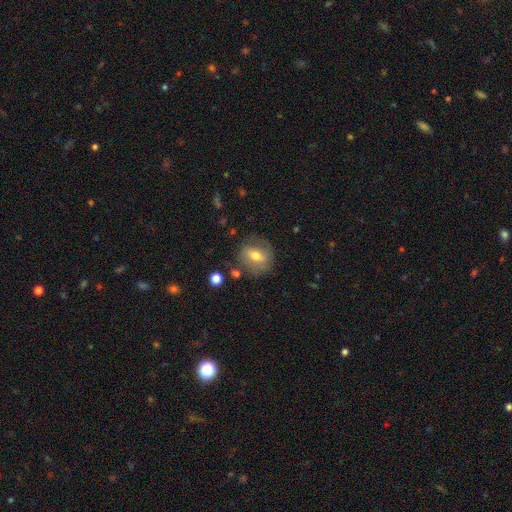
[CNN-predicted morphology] Overall: smooth (53%; featured or disk 38%). How rounded: round (70%). Merging: none (71%).